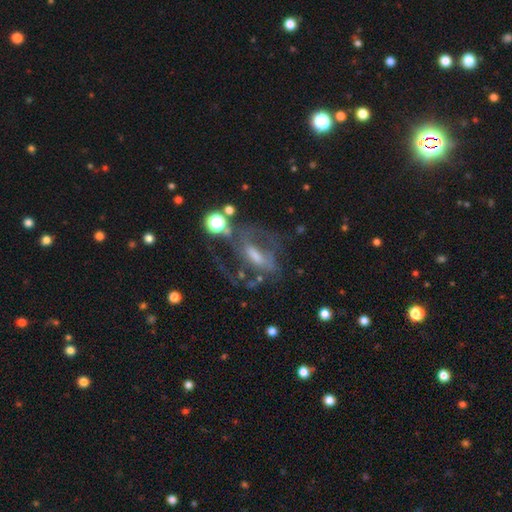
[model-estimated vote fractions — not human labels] smooth_or_featured: featured or disk (p=0.70) [alt: smooth p=0.17]
disk_edge_on: no (p=0.91) [alt: yes p=0.09]
bar: weak (p=0.41) [alt: strong p=0.34]
has_spiral_arms: yes (p=0.73) [alt: no p=0.27]
bulge_size: moderate (p=0.40) [alt: small p=0.31]
merging: none (p=0.40) [alt: major disturbance p=0.34]